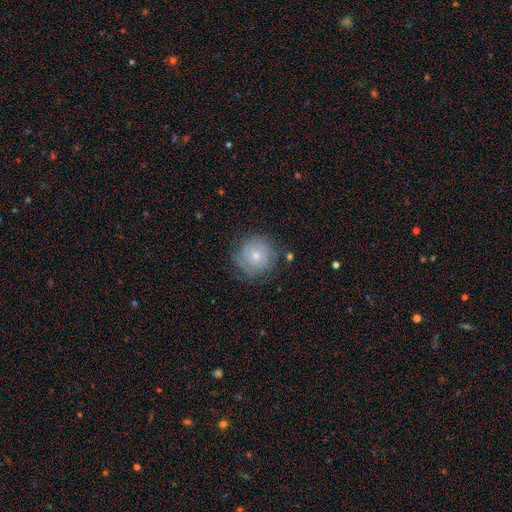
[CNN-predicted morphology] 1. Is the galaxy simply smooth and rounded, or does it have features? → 50% featured or disk, 42% smooth, 8% star or artifact.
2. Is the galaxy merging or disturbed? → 72% none, 18% minor disturbance, 8% major disturbance, 2% merger.